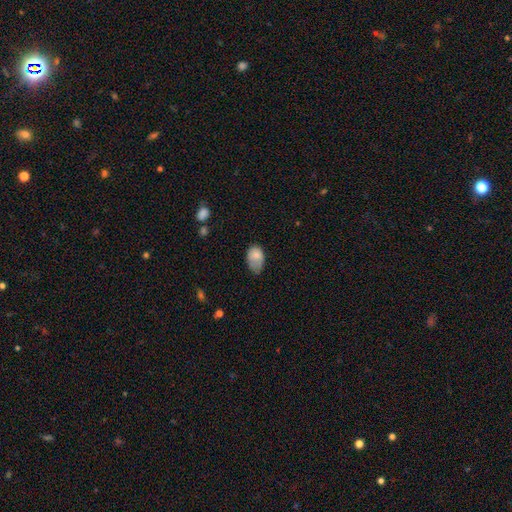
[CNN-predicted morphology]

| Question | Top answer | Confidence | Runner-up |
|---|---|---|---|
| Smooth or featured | smooth | 78% | featured or disk (14%) |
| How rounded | in between | 84% | round (15%) |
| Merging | minor disturbance | 45% | none (31%) |